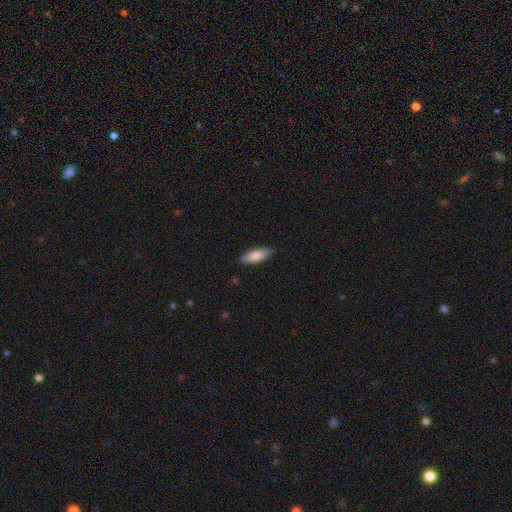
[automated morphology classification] Smooth or featured: smooth — 84% (featured or disk — 11%)
How rounded: in between — 69% (cigar-shaped — 29%)
Merging: none — 85% (minor disturbance — 12%)